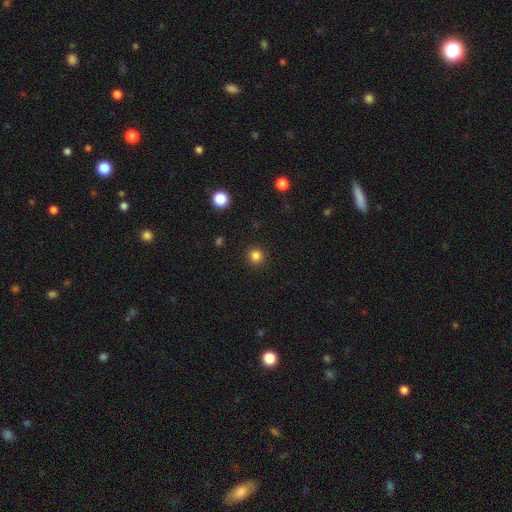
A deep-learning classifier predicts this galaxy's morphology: Smooth or featured? smooth (84%)
How rounded? round (93%)
Merging? none (92%)